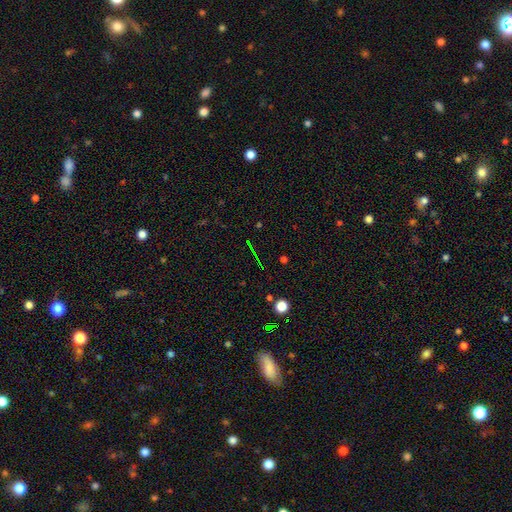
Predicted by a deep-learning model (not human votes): This appears to be a star or artifact, not a galaxy (68%).